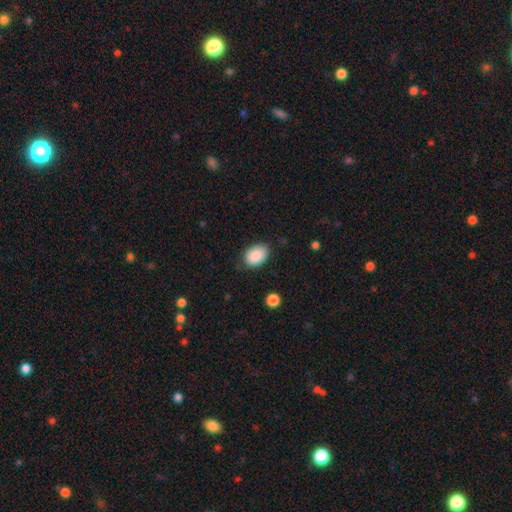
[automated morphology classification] This is clearly a smooth galaxy (89%). How rounded: clearly in between (85%). Merging: likely none (77%).